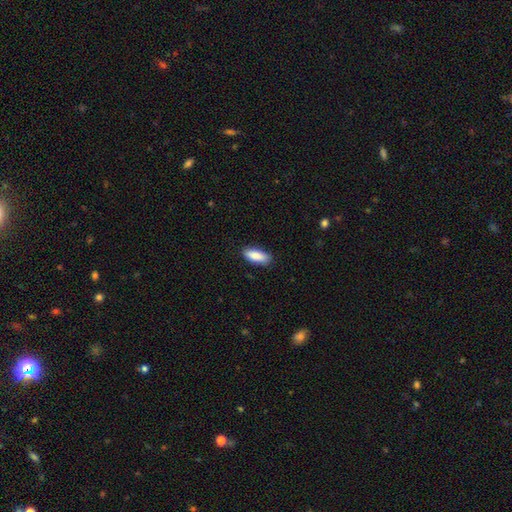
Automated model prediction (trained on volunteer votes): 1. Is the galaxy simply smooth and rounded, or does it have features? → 87% smooth, 7% featured or disk, 6% star or artifact.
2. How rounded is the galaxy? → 75% in between, 23% cigar-shaped, 2% round.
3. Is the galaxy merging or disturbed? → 85% none, 12% minor disturbance, 2% major disturbance, 1% merger.